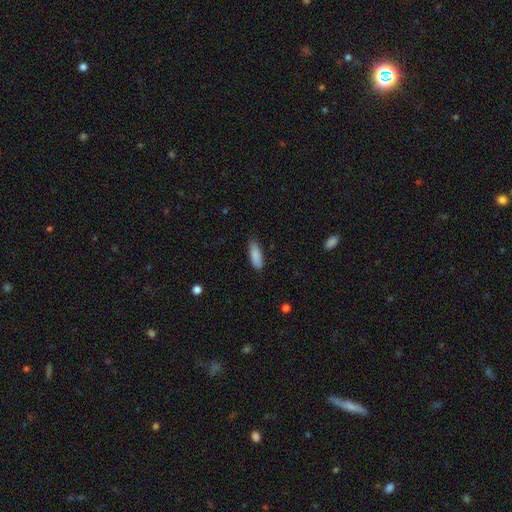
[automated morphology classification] This is clearly a smooth galaxy (87%). How rounded: likely in between (63%). Merging: likely none (78%).